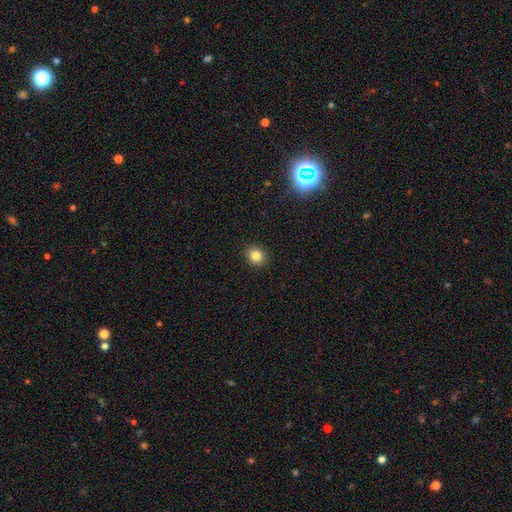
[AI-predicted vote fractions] This is clearly a smooth galaxy (84%). How rounded: clearly round (81%). Merging: clearly none (91%).